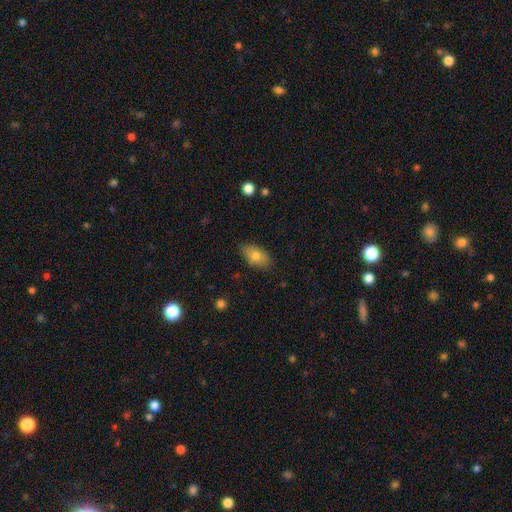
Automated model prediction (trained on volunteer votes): A smooth galaxy with no disk features (76%) that is in between round and cigar-shaped (90%).

Vote fractions:
- Smooth or featured? smooth: 76% / featured or disk: 16% / star or artifact: 8%
- How rounded? in between: 90% / round: 7% / cigar-shaped: 3%
- Merging? none: 82% / minor disturbance: 14% / major disturbance: 3% / merger: 1%